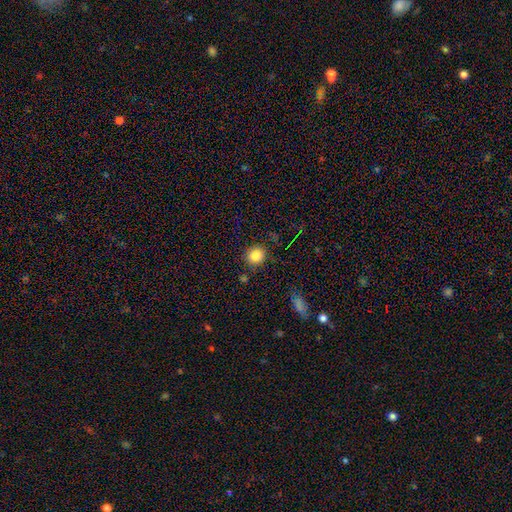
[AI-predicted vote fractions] Overall: smooth (85%). How rounded: round (86%). Merging: none (85%).